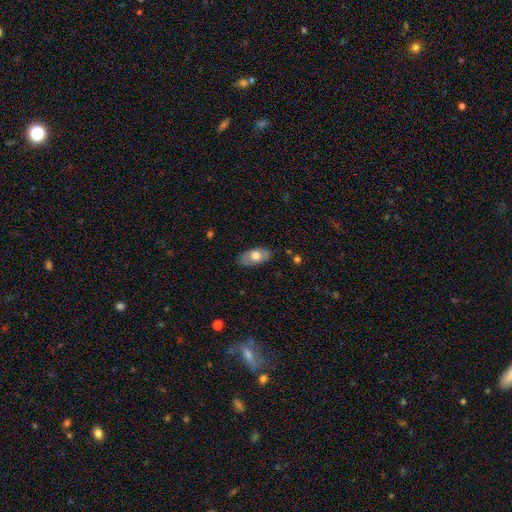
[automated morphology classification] A smooth galaxy with no disk features (67%) that is in between round and cigar-shaped (92%). Merging: none (81%).